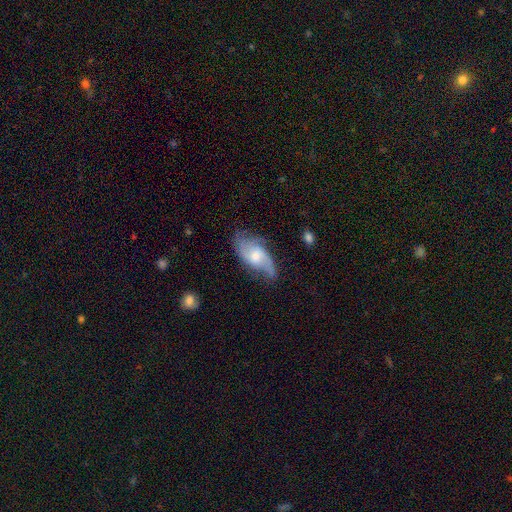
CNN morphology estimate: The model was most divided on "spiral winding": loose: 46%, medium: 40%, tight: 14%. More confident: edge-on disk — no (94%); spiral arms — yes (92%); smooth or featured — featured or disk (74%); spiral arm count — 2 (67%); merging — none (62%); bulge size — moderate (56%); bar — no (50%).